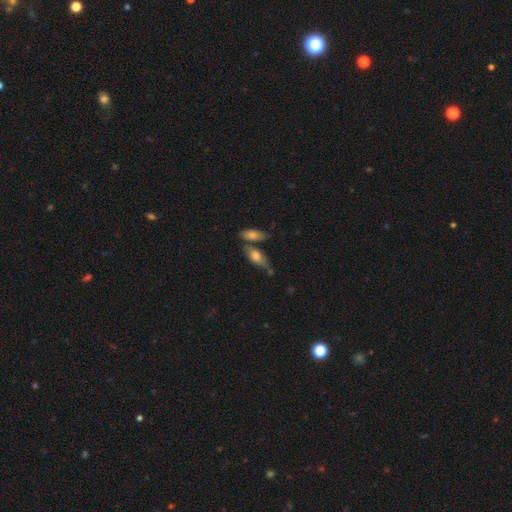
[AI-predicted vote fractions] smooth_or_featured: smooth (p=0.64) [alt: featured or disk p=0.29]
how_rounded: in between (p=0.70) [alt: cigar-shaped p=0.25]
merging: none (p=0.55) [alt: merger p=0.25]